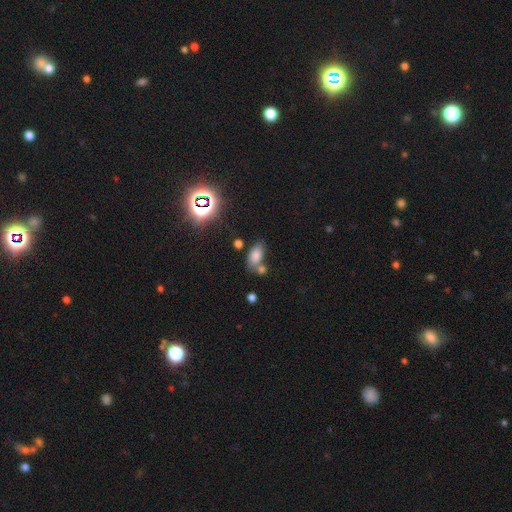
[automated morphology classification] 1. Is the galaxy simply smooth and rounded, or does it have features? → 74% smooth, 16% star or artifact, 10% featured or disk.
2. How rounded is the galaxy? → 89% in between, 7% round, 4% cigar-shaped.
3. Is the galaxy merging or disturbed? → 49% none, 29% merger, 16% minor disturbance, 6% major disturbance.